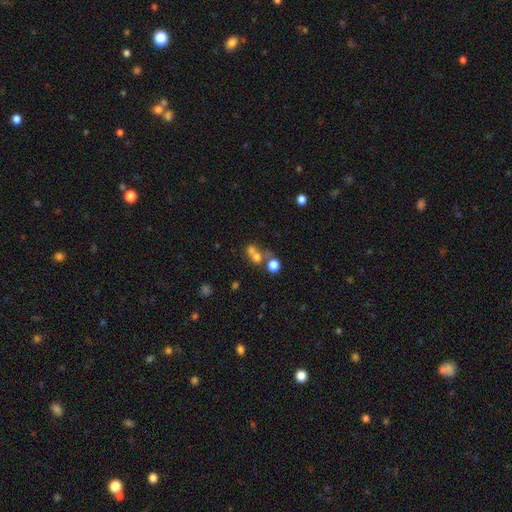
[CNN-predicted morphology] A smooth galaxy with no disk features (65%) that is round (67%). Merging: merger (53%).